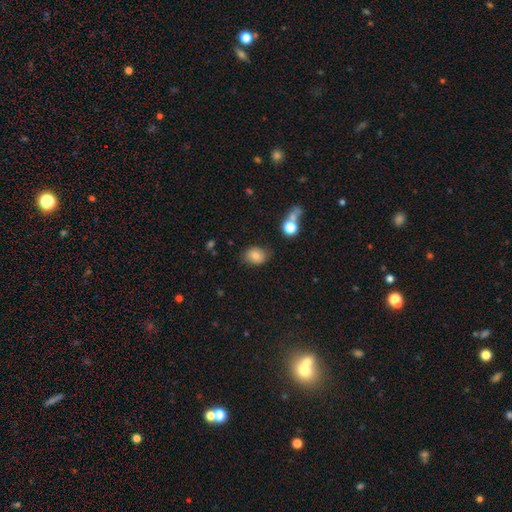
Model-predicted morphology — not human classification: This appears to be a smooth galaxy with no disk features (80%) that is in between round and cigar-shaped (55%). Merging: none (77%).